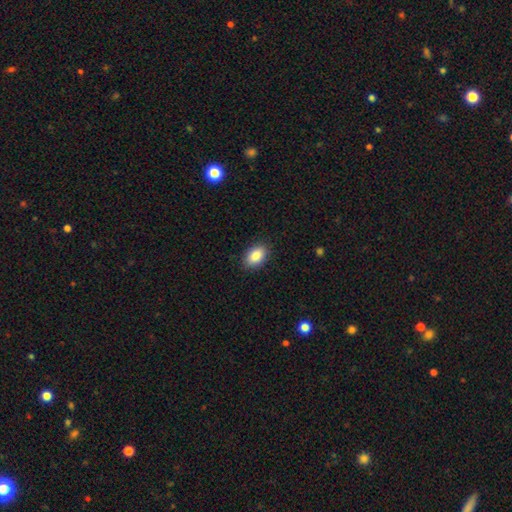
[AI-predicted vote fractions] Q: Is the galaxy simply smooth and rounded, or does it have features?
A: smooth — 88%.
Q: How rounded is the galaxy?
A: in between — 90%.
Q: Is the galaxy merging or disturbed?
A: none — 88%.